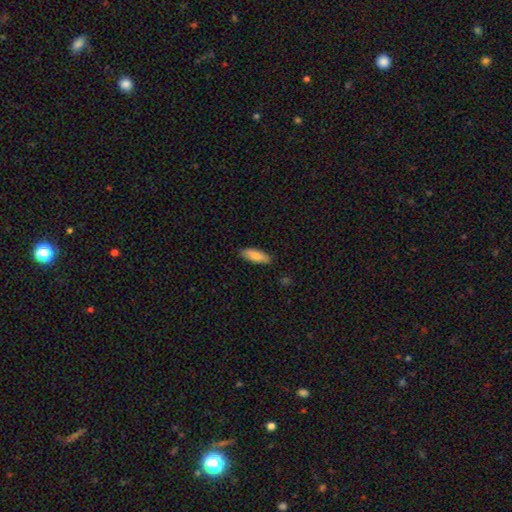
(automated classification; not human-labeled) A smooth galaxy with no disk features (81%) that is in between round and cigar-shaped (69%). Merging: none (86%).